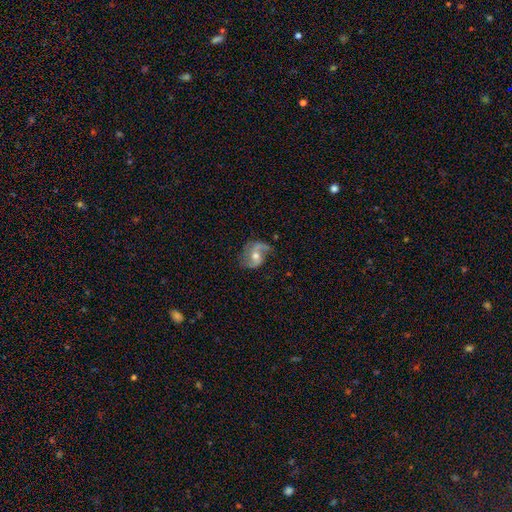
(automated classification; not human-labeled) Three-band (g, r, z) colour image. It shows a featured or disk galaxy (81%) with no bar (52%), 2 (89%) loose (53%) spiral arms (95%) and a moderate central bulge (68%). Merging: none (68%).